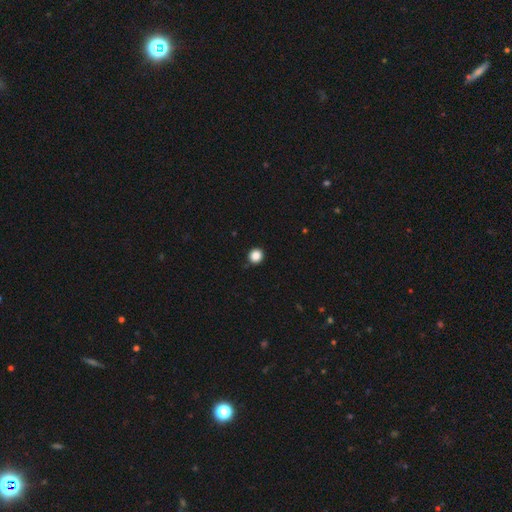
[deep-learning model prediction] smooth_or_featured: smooth (p=0.86) [alt: star or artifact p=0.11]
how_rounded: round (p=0.91) [alt: in between p=0.08]
merging: none (p=0.91) [alt: minor disturbance p=0.07]